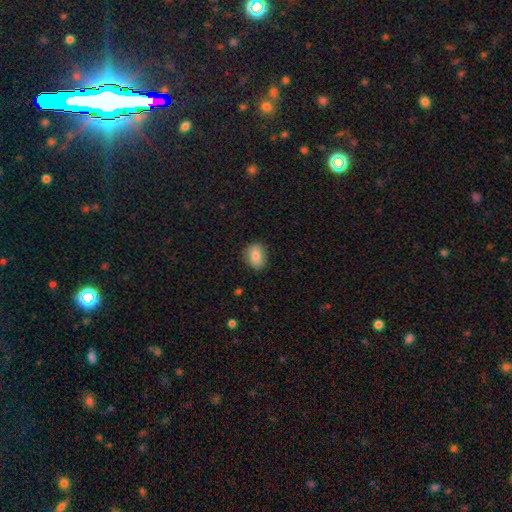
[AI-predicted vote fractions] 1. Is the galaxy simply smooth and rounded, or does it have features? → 80% smooth, 12% featured or disk, 8% star or artifact.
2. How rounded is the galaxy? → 57% in between, 42% round, 1% cigar-shaped.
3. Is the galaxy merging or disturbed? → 85% none, 11% minor disturbance, 3% major disturbance, 1% merger.